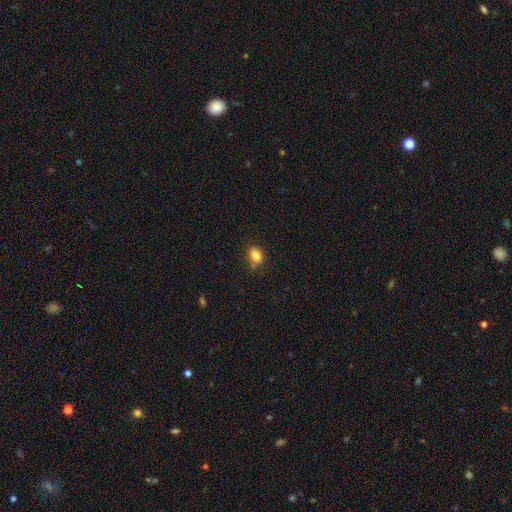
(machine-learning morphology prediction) Smooth or featured?
  - smooth: 83% *
  - star or artifact: 10%
  - featured or disk: 7%
How rounded?
  - in between: 70% *
  - round: 29%
  - cigar-shaped: 1%
Merging?
  - none: 78% *
  - minor disturbance: 16%
  - merger: 3%
  - major disturbance: 3%